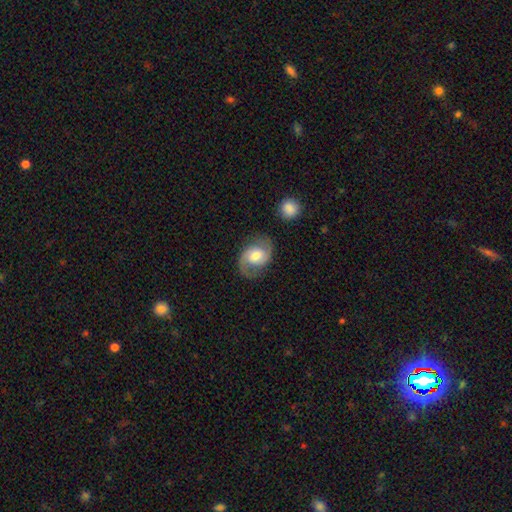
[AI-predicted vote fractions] This is likely a featured or disk galaxy (68%). It is clearly not viewed edge-on (97%). Bar: possibly no (47%). Spiral arm pattern: clearly yes (91%). Spiral arm count: clearly 2 (88%). Spiral winding: possibly medium (51%). Central bulge: likely moderate (64%). Merging: likely none (71%).